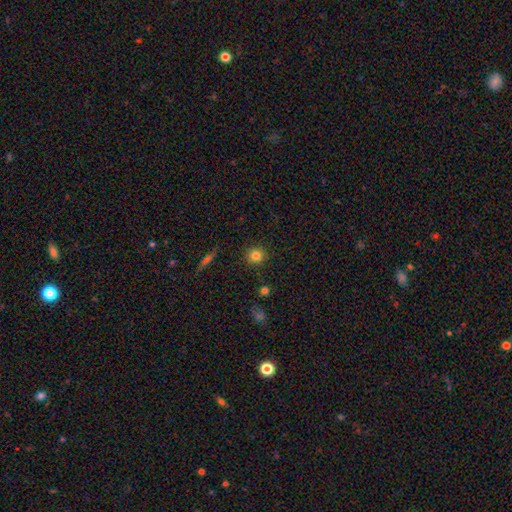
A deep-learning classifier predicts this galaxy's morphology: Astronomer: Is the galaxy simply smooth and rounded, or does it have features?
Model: smooth — 82%.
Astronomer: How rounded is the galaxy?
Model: round — 92%.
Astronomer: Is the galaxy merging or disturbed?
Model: none — 90%.